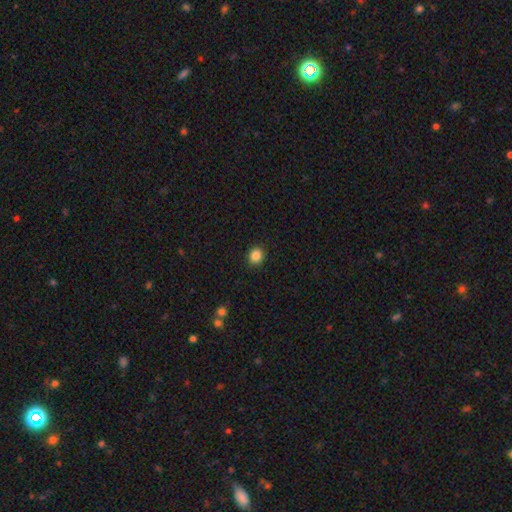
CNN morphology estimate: smooth 86%, star or artifact 11%, featured or disk 4%. Down the decision tree: how rounded — round (80%); merging — none (91%).